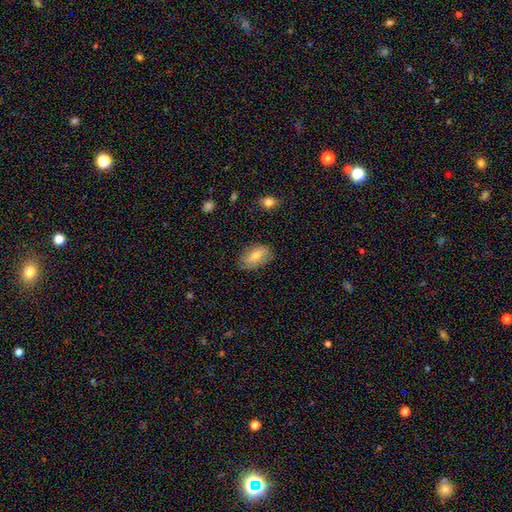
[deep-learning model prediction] Smooth or featured? Predicted: smooth (p=0.65). How rounded? Predicted: in between (p=0.90). Merging? Predicted: none (p=0.77).